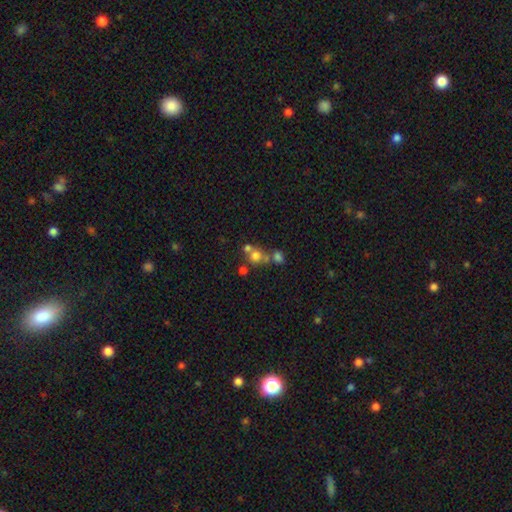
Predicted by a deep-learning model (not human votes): Smooth or featured?
  - smooth: 66% *
  - star or artifact: 17%
  - featured or disk: 17%
How rounded?
  - round: 83% *
  - in between: 16%
  - cigar-shaped: 1%
Merging?
  - none: 44% *
  - merger: 43%
  - minor disturbance: 8%
  - major disturbance: 5%